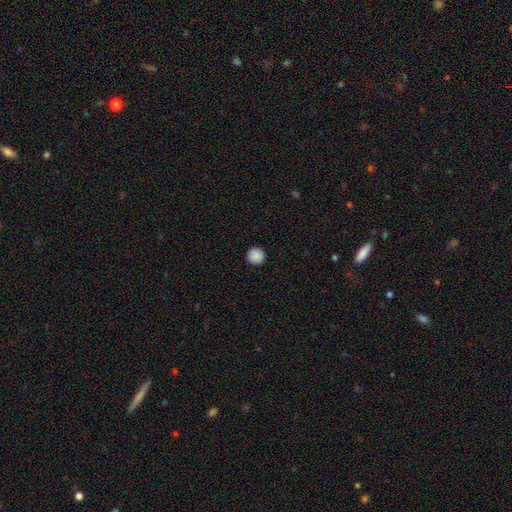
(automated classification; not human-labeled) Overall: smooth (89%). How rounded: round (96%). Merging: none (92%).